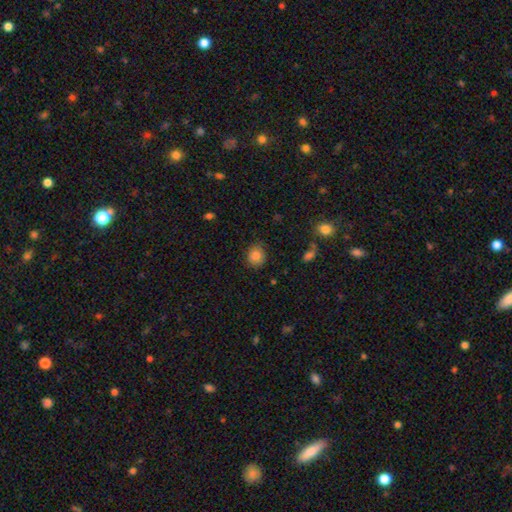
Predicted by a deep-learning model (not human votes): A smooth galaxy with no disk features (84%) that is round (78%).

Vote fractions:
- Smooth or featured? smooth: 84% / star or artifact: 10% / featured or disk: 6%
- How rounded? round: 78% / in between: 21% / cigar-shaped: 1%
- Merging? none: 81% / minor disturbance: 14% / major disturbance: 3% / merger: 1%